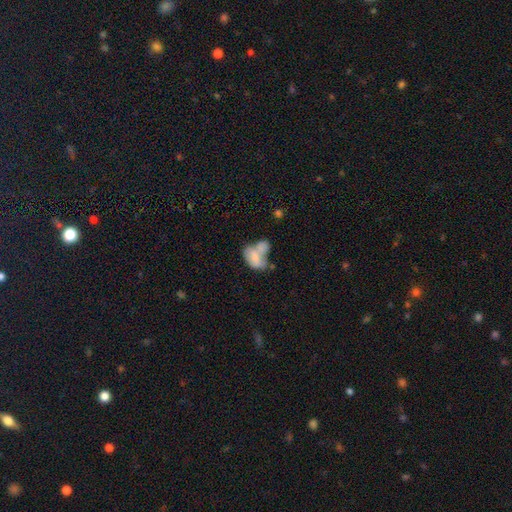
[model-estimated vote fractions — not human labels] The model was most divided on "smooth or featured": smooth: 67%, featured or disk: 24%, star or artifact: 9%. More confident: how rounded — in between (87%); merging — merger (60%).